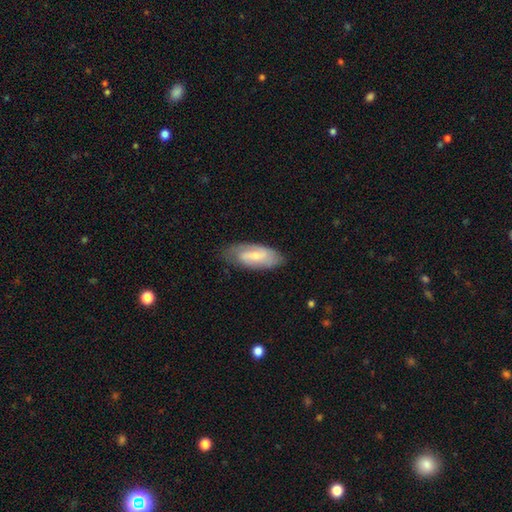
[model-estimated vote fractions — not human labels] Smooth or featured?
  - featured or disk: 52% *
  - smooth: 42%
  - star or artifact: 6%
Edge-on disk?
  - no: 89% *
  - yes: 11%
Merging?
  - none: 71% *
  - minor disturbance: 22%
  - major disturbance: 6%
  - merger: 1%